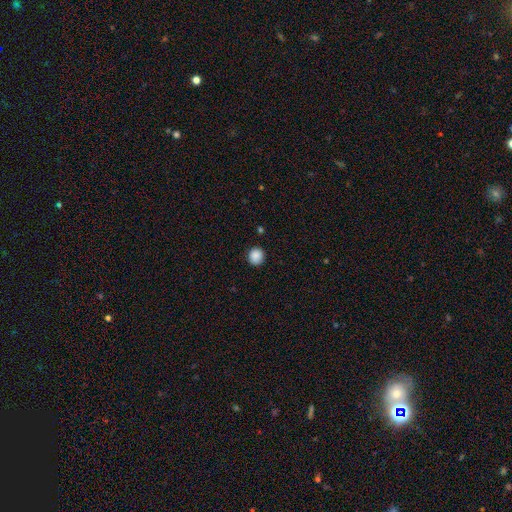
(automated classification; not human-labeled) smooth 88%, star or artifact 9%, featured or disk 3%. Down the decision tree: how rounded — round (90%); merging — none (88%).